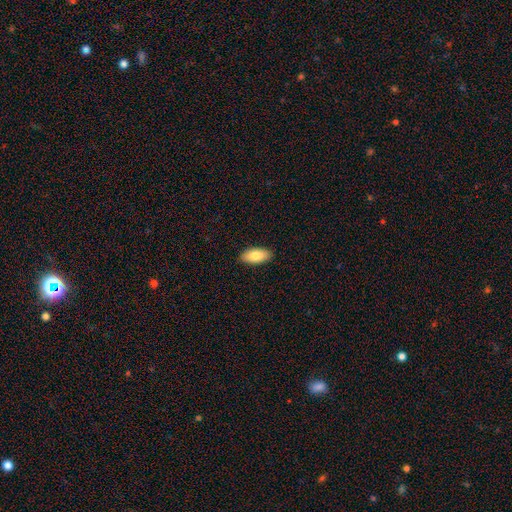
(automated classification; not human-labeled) Overall: smooth (83%). How rounded: in between (91%). Merging: none (90%).